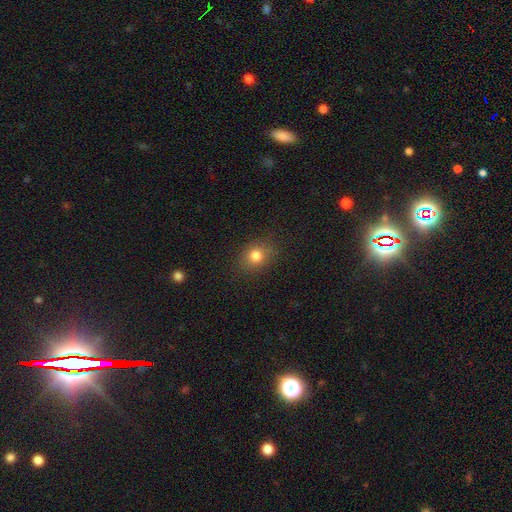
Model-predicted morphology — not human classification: smooth_or_featured: smooth (p=0.80) [alt: star or artifact p=0.13]
how_rounded: round (p=0.63) [alt: in between p=0.36]
merging: none (p=0.85) [alt: minor disturbance p=0.11]